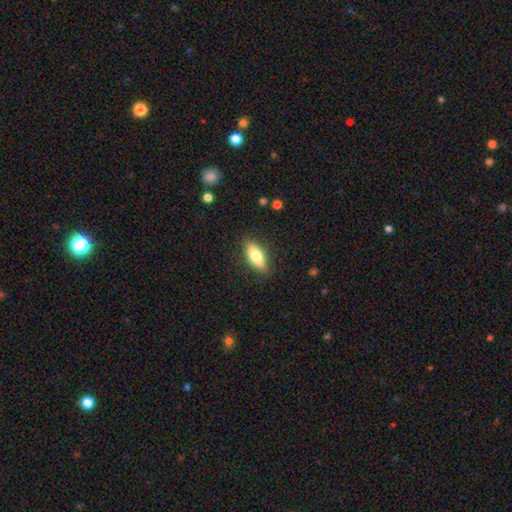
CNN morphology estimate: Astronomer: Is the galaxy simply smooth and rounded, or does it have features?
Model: smooth — 76%.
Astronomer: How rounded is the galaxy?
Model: in between — 76%.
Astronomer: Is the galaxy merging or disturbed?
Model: none — 86%.